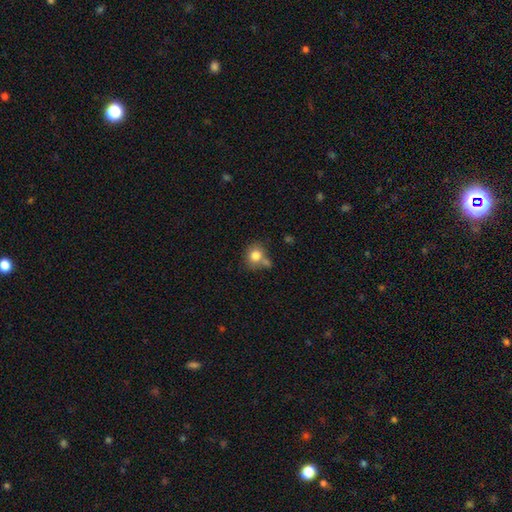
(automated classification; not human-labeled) smooth_or_featured: smooth (p=0.80) [alt: star or artifact p=0.10]
how_rounded: round (p=0.75) [alt: in between p=0.24]
merging: none (p=0.56) [alt: merger p=0.22]